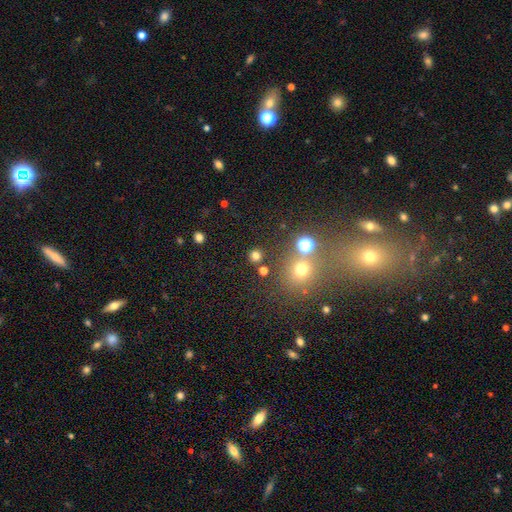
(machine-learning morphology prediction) This is likely a smooth galaxy (71%). How rounded: clearly round (92%). Merging: clearly none (85%).